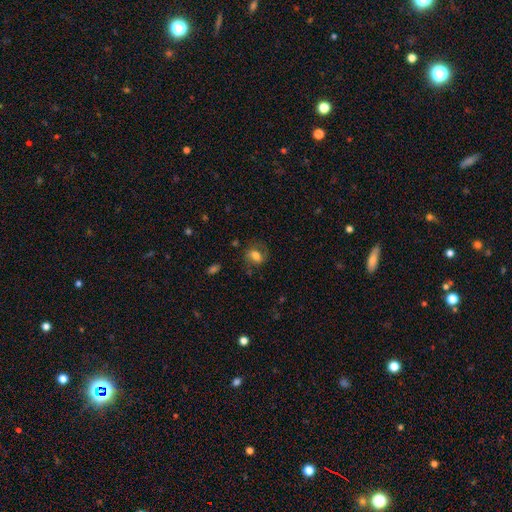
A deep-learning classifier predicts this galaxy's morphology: Overall: smooth (56%; featured or disk 34%). How rounded: in between (65%; round 33%). Merging: none (64%).